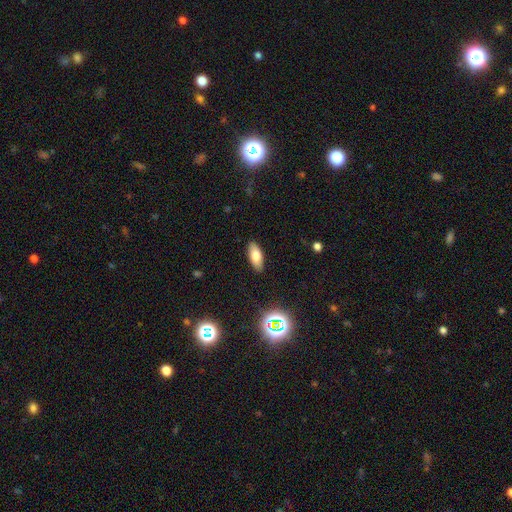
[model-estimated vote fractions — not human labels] Smooth or featured?
  - smooth: 78% *
  - featured or disk: 13%
  - star or artifact: 9%
How rounded?
  - in between: 82% *
  - cigar-shaped: 15%
  - round: 3%
Merging?
  - none: 88% *
  - minor disturbance: 9%
  - major disturbance: 2%
  - merger: 1%